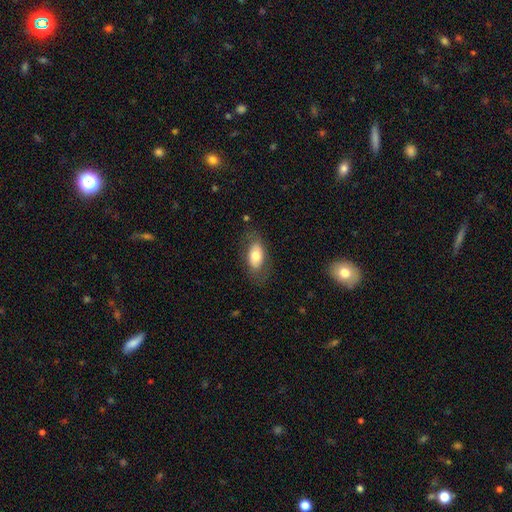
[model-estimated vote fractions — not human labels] Q: Smooth or featured?
A: smooth (70%); runner-up: featured or disk (24%)
Q: How rounded?
A: in between (91%); runner-up: round (5%)
Q: Merging?
A: none (74%); runner-up: minor disturbance (17%)